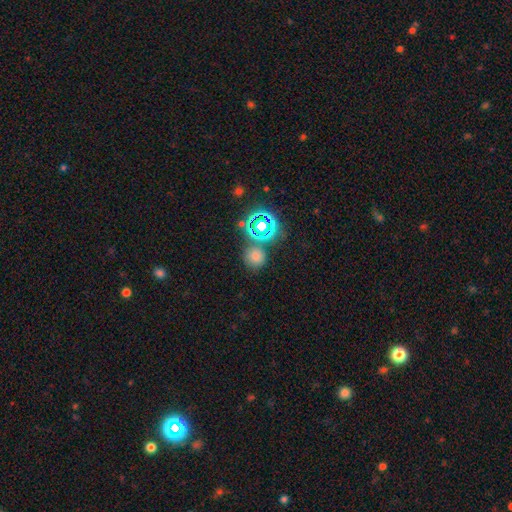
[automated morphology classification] smooth 66%, star or artifact 27%, featured or disk 7%. Down the decision tree: how rounded — round (89%); merging — none (75%).